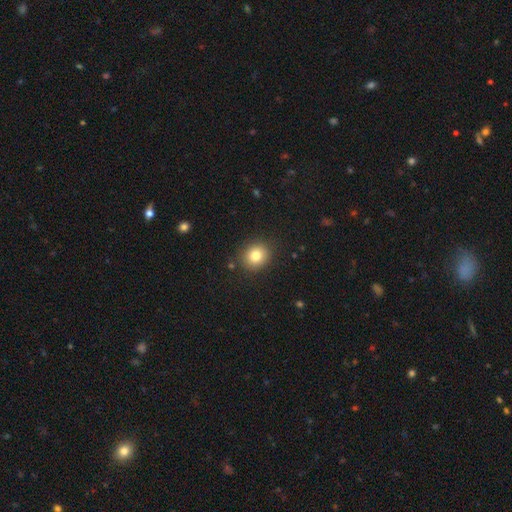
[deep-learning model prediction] Smooth or featured?
  - smooth: 80% *
  - star or artifact: 11%
  - featured or disk: 8%
How rounded?
  - round: 76% *
  - in between: 23%
  - cigar-shaped: 1%
Merging?
  - none: 88% *
  - minor disturbance: 8%
  - major disturbance: 3%
  - merger: 1%